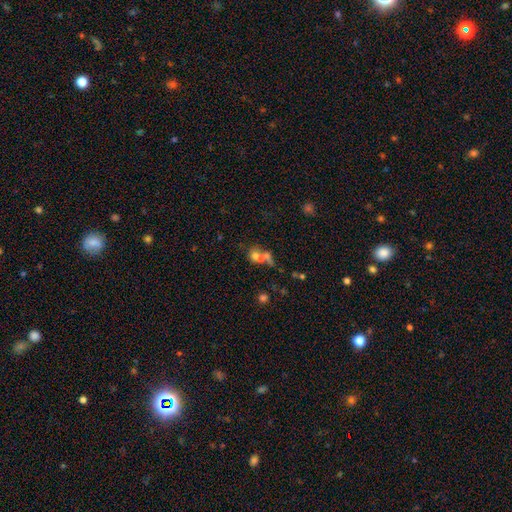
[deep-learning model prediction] smooth-or-featured: smooth: 59% | featured or disk: 25% | star or artifact: 16%
  how-rounded: round: 61% | in between: 36% | cigar-shaped: 3%
  merging: merger: 62% | none: 25% | minor disturbance: 7% | major disturbance: 6%